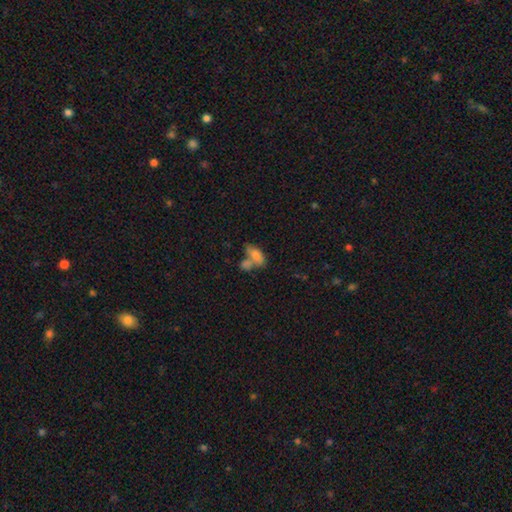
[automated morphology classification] The model was most divided on "merging": none: 45%, merger: 35%, minor disturbance: 12%, major disturbance: 9%. Remaining: smooth or featured — smooth (48%).